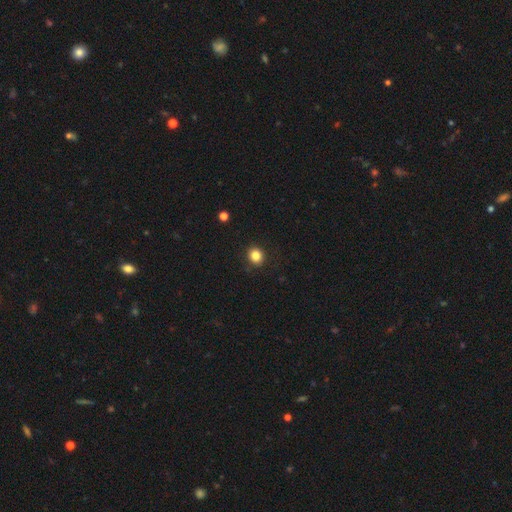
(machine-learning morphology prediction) A smooth galaxy with no disk features (84%) that is round (82%).

Vote fractions:
- Smooth or featured? smooth: 84% / star or artifact: 11% / featured or disk: 4%
- How rounded? round: 82% / in between: 17% / cigar-shaped: 1%
- Merging? none: 90% / minor disturbance: 7% / major disturbance: 2% / merger: 1%